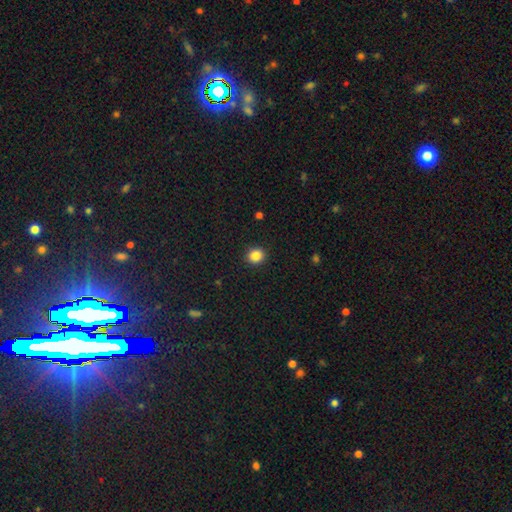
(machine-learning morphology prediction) Smooth or featured? smooth (86%)
How rounded? round (83%)
Merging? none (92%)